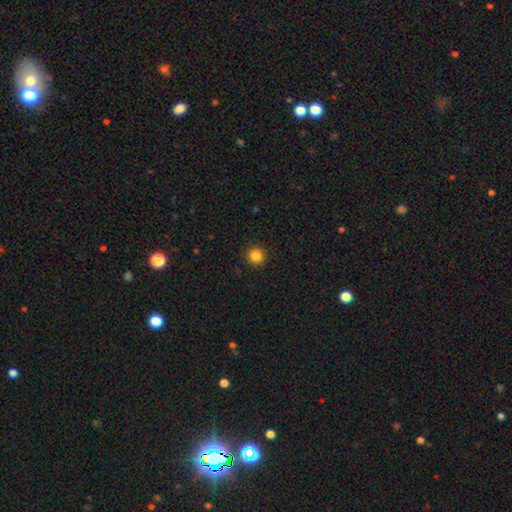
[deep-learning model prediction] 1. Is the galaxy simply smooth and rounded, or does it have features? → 85% smooth, 11% star or artifact, 4% featured or disk.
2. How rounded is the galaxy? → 95% round, 4% in between, 1% cigar-shaped.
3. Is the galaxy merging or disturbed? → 93% none, 5% minor disturbance, 2% major disturbance, 1% merger.